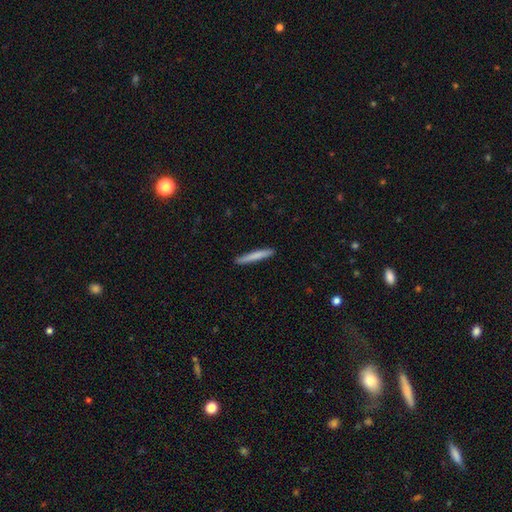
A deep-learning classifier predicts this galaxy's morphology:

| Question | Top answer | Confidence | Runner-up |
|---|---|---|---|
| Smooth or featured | smooth | 76% | featured or disk (18%) |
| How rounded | cigar-shaped | 96% | in between (3%) |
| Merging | none | 90% | minor disturbance (7%) |